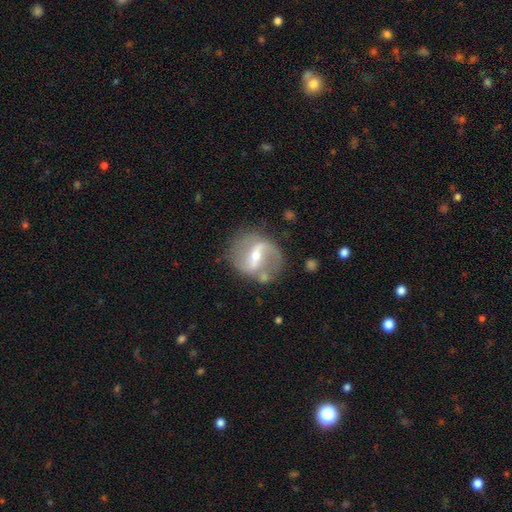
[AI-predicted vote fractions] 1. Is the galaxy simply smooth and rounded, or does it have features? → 85% featured or disk, 10% smooth, 6% star or artifact.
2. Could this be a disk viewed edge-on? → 96% no, 4% yes.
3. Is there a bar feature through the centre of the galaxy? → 49% strong, 36% weak, 15% no.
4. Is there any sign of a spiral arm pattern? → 90% yes, 10% no.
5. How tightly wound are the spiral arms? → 55% loose, 35% medium, 10% tight.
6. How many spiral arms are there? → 87% 2, 6% 1, 4% can't tell, 1% 3, 1% 4, 1% more than 4.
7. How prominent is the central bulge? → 48% moderate (tied), 48% small (tied), 2% large, 1% none, 1% dominant.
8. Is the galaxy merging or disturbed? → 73% none, 15% minor disturbance, 8% major disturbance, 4% merger.